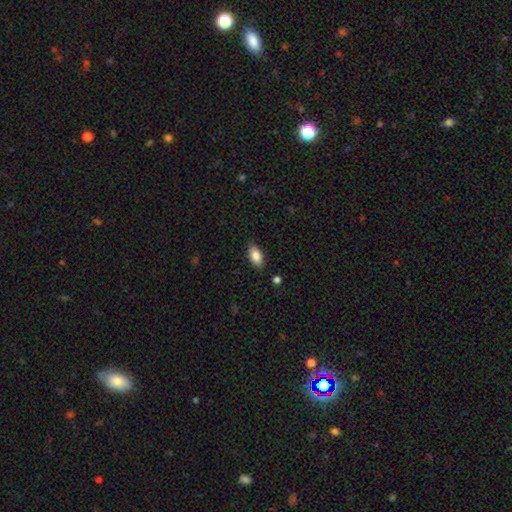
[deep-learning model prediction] smooth 84%, featured or disk 9%, star or artifact 7%. Down the decision tree: how rounded — in between (91%); merging — none (85%).